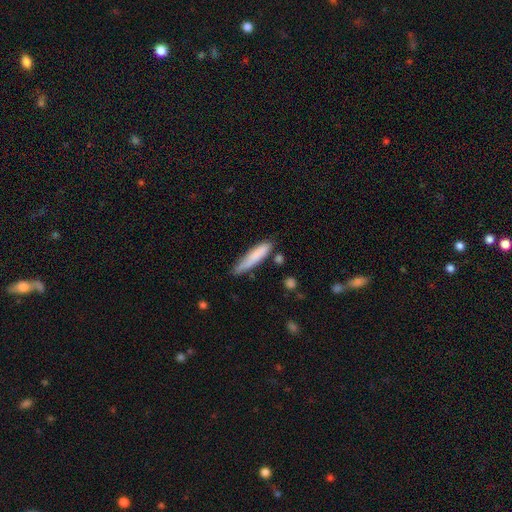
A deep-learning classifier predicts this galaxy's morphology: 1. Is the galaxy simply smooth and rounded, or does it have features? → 80% smooth, 14% featured or disk, 6% star or artifact.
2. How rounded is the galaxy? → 86% cigar-shaped, 13% in between, 1% round.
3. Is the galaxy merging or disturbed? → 66% none, 25% minor disturbance, 5% merger, 5% major disturbance.